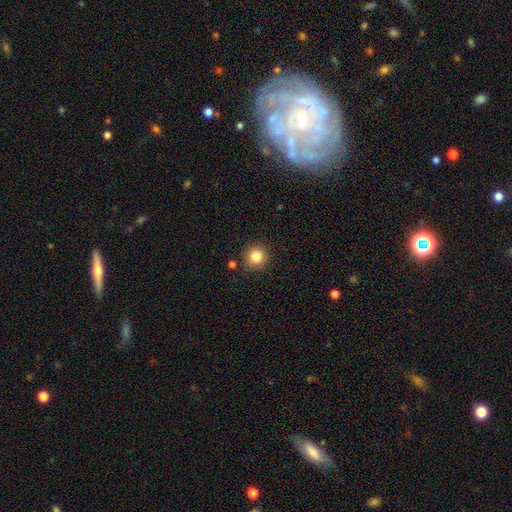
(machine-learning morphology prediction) Overall: smooth (84%). How rounded: round (94%). Merging: none (89%).